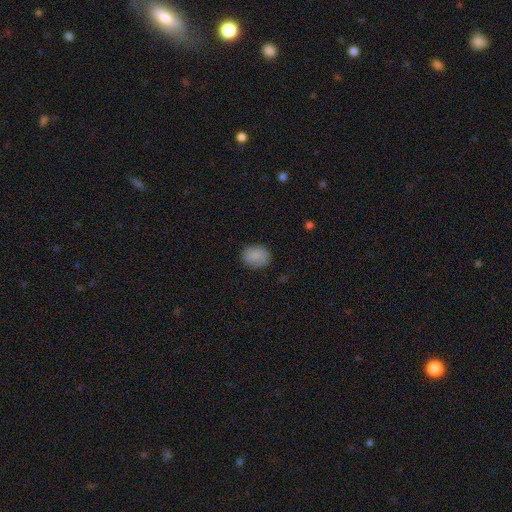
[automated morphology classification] This appears to be a smooth galaxy with no disk features (85%) that is round (66%). Merging: none (83%).